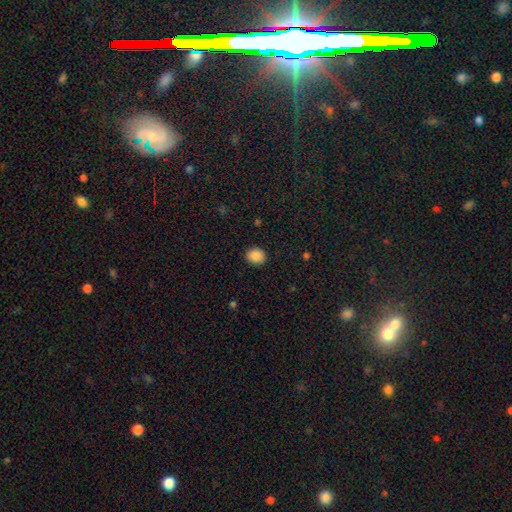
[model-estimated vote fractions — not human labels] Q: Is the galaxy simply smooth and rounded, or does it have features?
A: smooth — 88%.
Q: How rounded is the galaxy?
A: round — 67%.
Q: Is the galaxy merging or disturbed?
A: none — 88%.